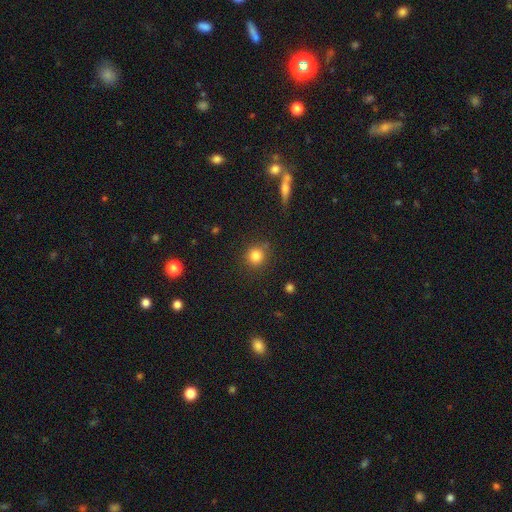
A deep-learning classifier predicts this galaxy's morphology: This is clearly a smooth galaxy (83%). How rounded: clearly round (90%). Merging: clearly none (83%).